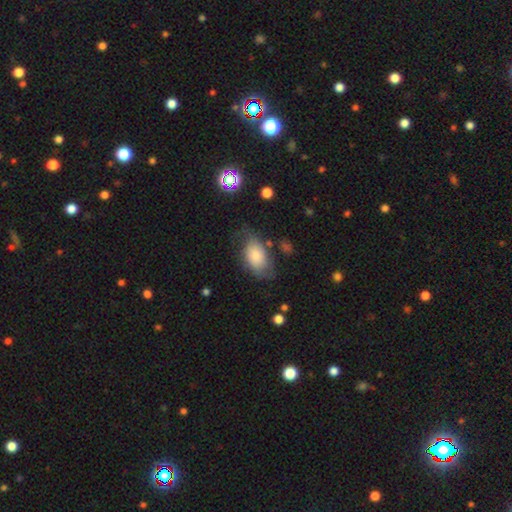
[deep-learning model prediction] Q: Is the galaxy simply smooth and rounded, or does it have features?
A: smooth — 71%.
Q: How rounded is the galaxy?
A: in between — 90%.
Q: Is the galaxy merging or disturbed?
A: none — 50%.